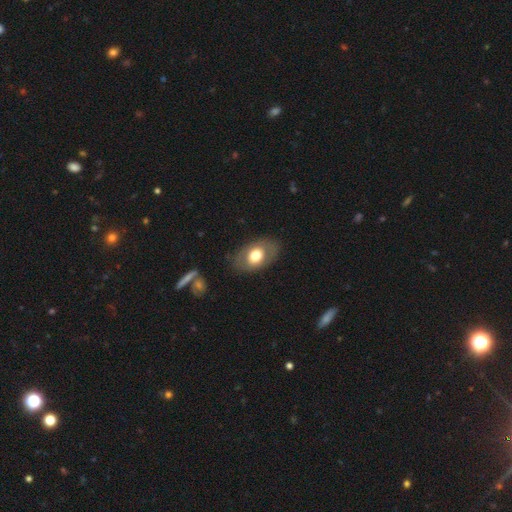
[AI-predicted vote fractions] Smooth or featured?
  - smooth: 65% *
  - featured or disk: 28%
  - star or artifact: 7%
How rounded?
  - in between: 83% *
  - round: 16%
  - cigar-shaped: 1%
Merging?
  - none: 81% *
  - minor disturbance: 13%
  - major disturbance: 5%
  - merger: 1%